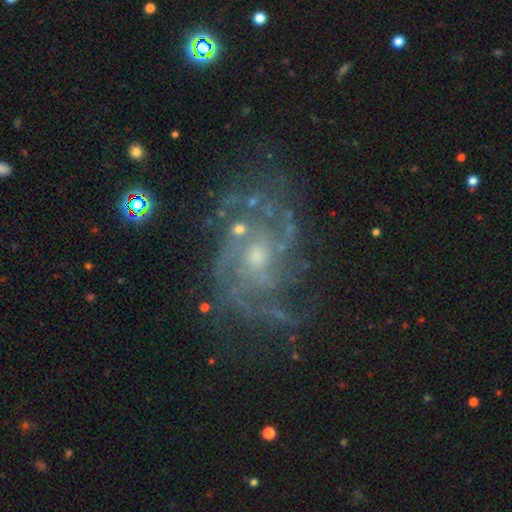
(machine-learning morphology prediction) smooth_or_featured: featured or disk (p=0.87) [alt: star or artifact p=0.09]
disk_edge_on: no (p=0.97) [alt: yes p=0.03]
bar: no (p=0.66) [alt: weak p=0.28]
has_spiral_arms: yes (p=0.95) [alt: no p=0.05]
spiral_winding: tight (p=0.45) [alt: medium p=0.42]
spiral_arm_count: can't tell (p=0.29) [alt: 3 p=0.21]
bulge_size: small (p=0.53) [alt: moderate p=0.41]
merging: none (p=0.69) [alt: minor disturbance p=0.17]